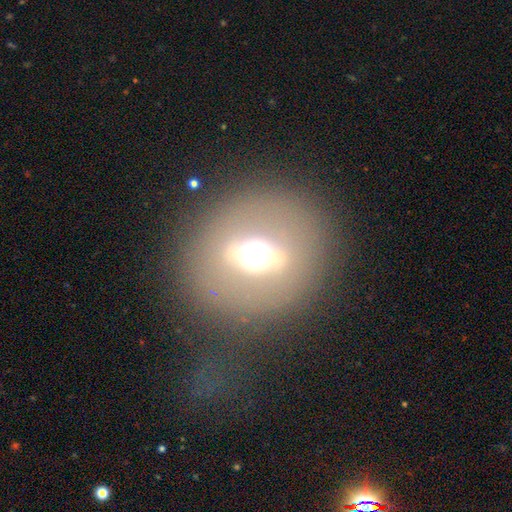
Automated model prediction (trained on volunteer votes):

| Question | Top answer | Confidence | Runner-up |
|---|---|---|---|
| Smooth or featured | smooth | 43% | featured or disk (39%) |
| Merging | none | 83% | minor disturbance (9%) |